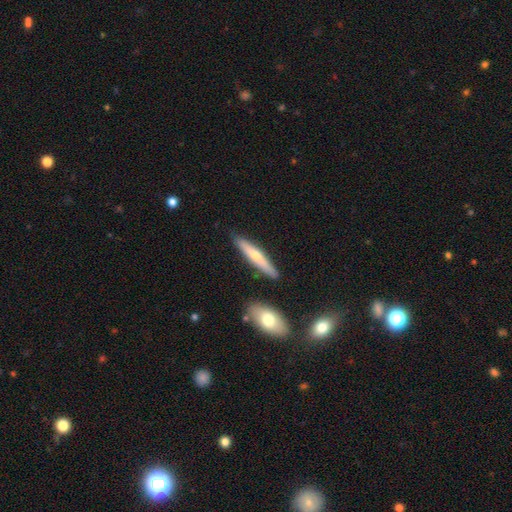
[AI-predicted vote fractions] Smooth or featured: smooth — 54% (featured or disk — 41%)
How rounded: cigar-shaped — 89% (in between — 10%)
Merging: none — 85% (minor disturbance — 9%)